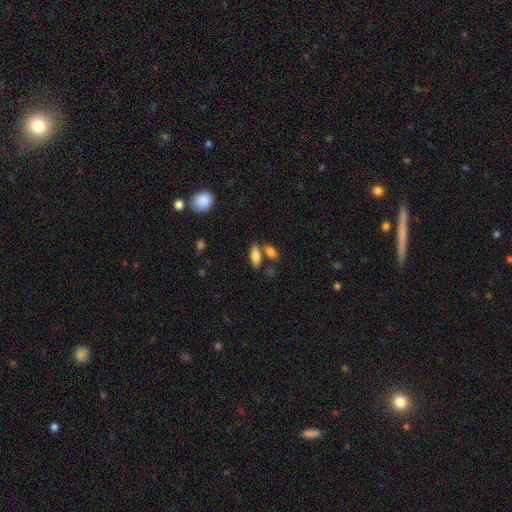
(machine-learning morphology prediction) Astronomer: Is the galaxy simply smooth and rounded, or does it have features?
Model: smooth — 79%.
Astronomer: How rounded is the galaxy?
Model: in between — 76%.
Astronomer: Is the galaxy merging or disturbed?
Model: none — 62%.